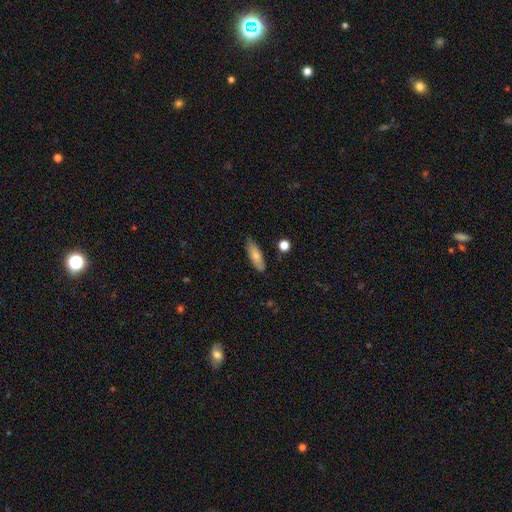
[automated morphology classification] type=smooth (78%); roundness=in between (56%); merging=none (78%).